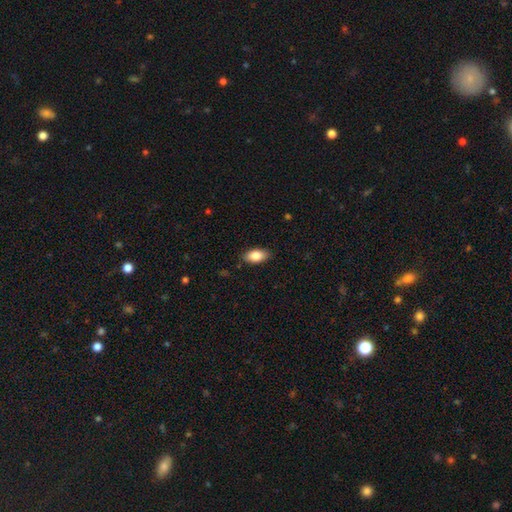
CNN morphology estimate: smooth 84%, featured or disk 9%, star or artifact 7%. Down the decision tree: how rounded — in between (91%); merging — none (86%).